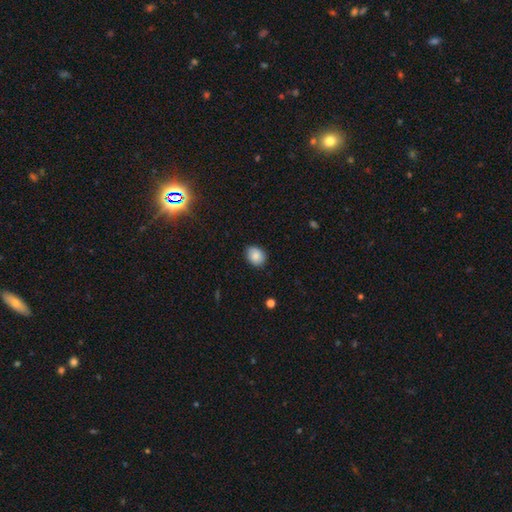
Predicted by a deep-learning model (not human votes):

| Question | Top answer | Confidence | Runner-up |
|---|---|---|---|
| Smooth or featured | smooth | 85% | star or artifact (8%) |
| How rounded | in between | 55% | round (44%) |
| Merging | none | 85% | minor disturbance (12%) |